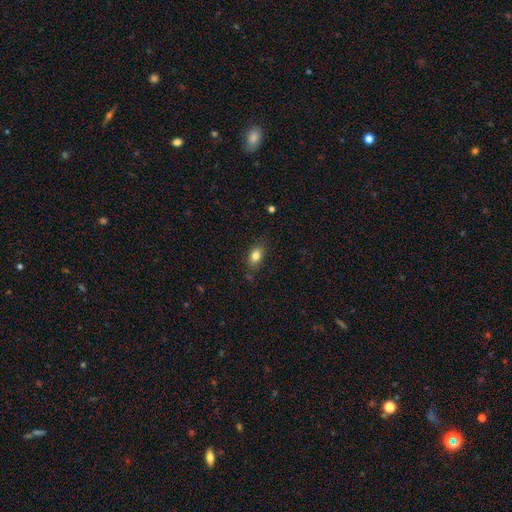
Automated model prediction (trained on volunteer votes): smooth_or_featured: smooth (p=0.82) [alt: star or artifact p=0.09]
how_rounded: in between (p=0.82) [alt: round p=0.15]
merging: none (p=0.80) [alt: minor disturbance p=0.15]